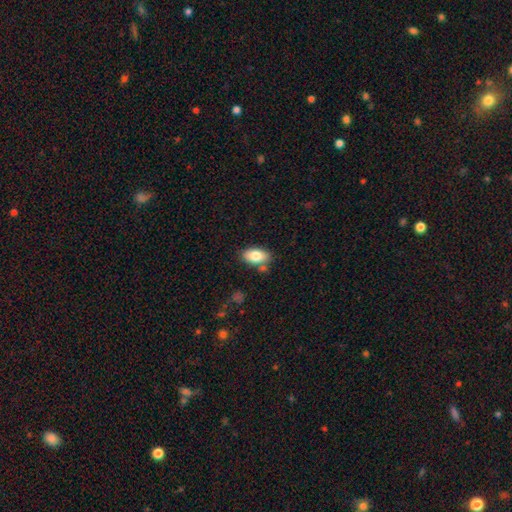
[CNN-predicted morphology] smooth 80%, featured or disk 13%, star or artifact 7%. Down the decision tree: how rounded — in between (92%); merging — none (78%).